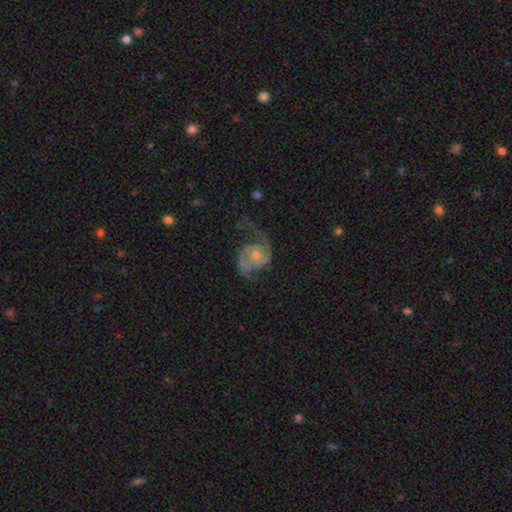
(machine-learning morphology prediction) Q: Smooth or featured?
A: featured or disk (84%); runner-up: smooth (10%)
Q: Edge-on disk?
A: no (98%); runner-up: yes (2%)
Q: Bar?
A: no (72%); runner-up: weak (23%)
Q: Spiral arms?
A: yes (95%); runner-up: no (5%)
Q: Spiral winding?
A: medium (46%); runner-up: loose (36%)
Q: Spiral arm count?
A: 2 (83%); runner-up: 1 (6%)
Q: Bulge size?
A: small (54%); runner-up: moderate (39%)
Q: Merging?
A: none (54%); runner-up: major disturbance (23%)